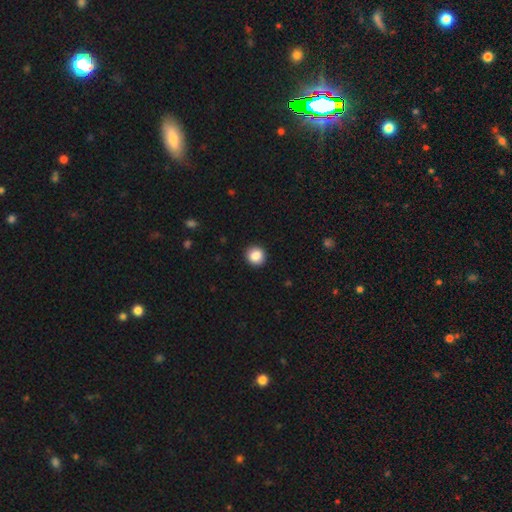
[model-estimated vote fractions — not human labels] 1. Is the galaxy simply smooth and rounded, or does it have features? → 87% smooth, 9% star or artifact, 4% featured or disk.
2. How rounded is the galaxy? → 91% round, 8% in between, 1% cigar-shaped.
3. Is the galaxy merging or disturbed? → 92% none, 5% minor disturbance, 2% major disturbance, 1% merger.